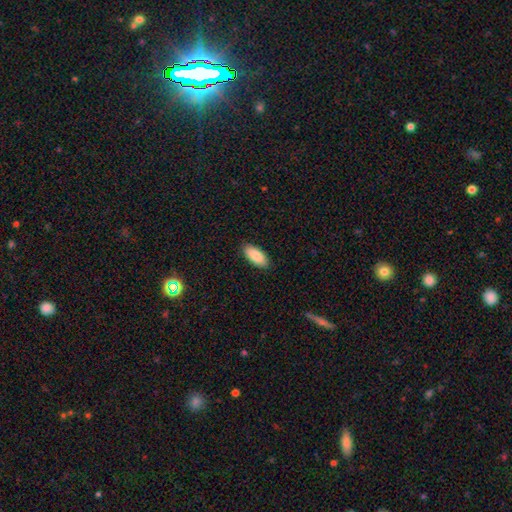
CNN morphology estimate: The model was most divided on "how rounded": in between: 89%, cigar-shaped: 9%, round: 2%. More confident: merging — none (89%); smooth or featured — smooth (89%).